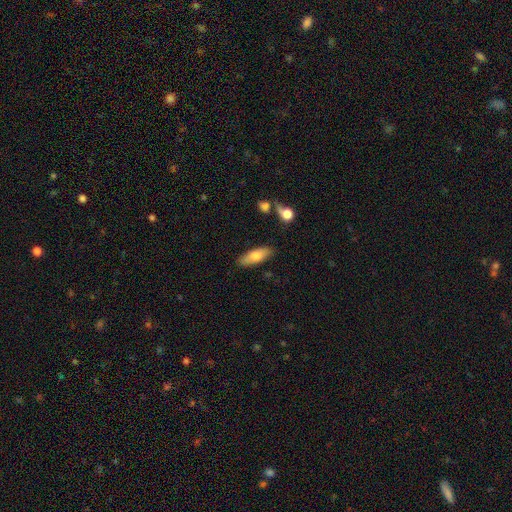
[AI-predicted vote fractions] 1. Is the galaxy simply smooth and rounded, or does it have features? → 74% smooth, 19% featured or disk, 6% star or artifact.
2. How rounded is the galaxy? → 63% in between, 35% cigar-shaped, 2% round.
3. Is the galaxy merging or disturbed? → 84% none, 11% minor disturbance, 3% merger, 3% major disturbance.